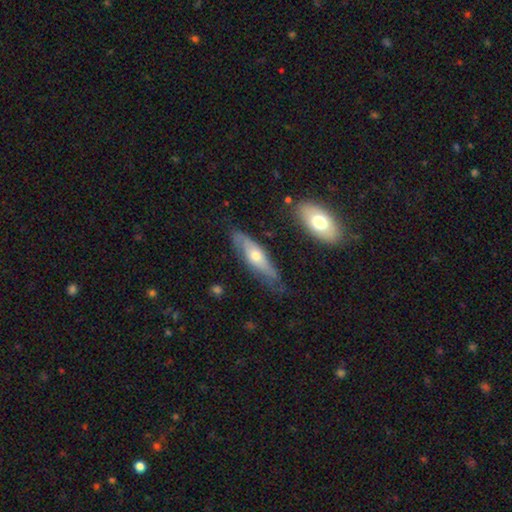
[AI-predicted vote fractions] Smooth or featured?
  - featured or disk: 57% *
  - smooth: 37%
  - star or artifact: 6%
Edge-on disk?
  - no: 53% *
  - yes: 47%
Merging?
  - none: 66% *
  - minor disturbance: 25%
  - major disturbance: 6%
  - merger: 3%